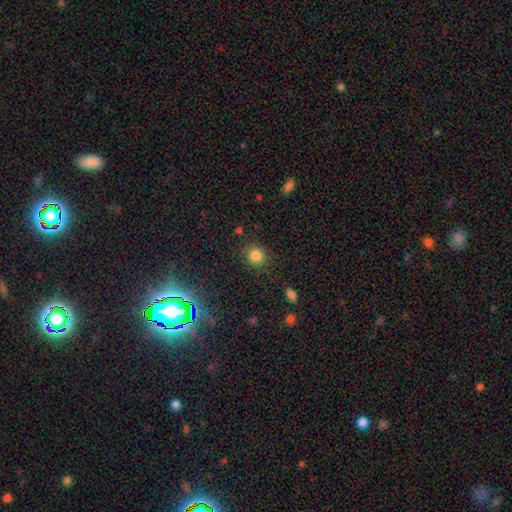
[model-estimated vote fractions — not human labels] This is clearly a smooth galaxy (82%). How rounded: clearly round (84%). Merging: clearly none (87%).